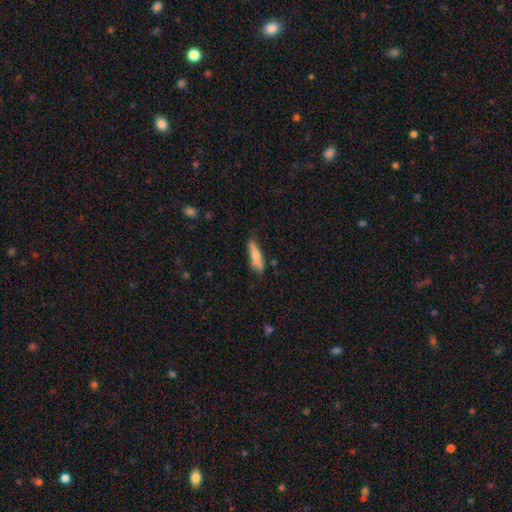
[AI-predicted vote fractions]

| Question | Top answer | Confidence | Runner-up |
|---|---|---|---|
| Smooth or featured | smooth | 60% | featured or disk (34%) |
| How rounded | cigar-shaped | 68% | in between (29%) |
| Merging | none | 71% | minor disturbance (22%) |